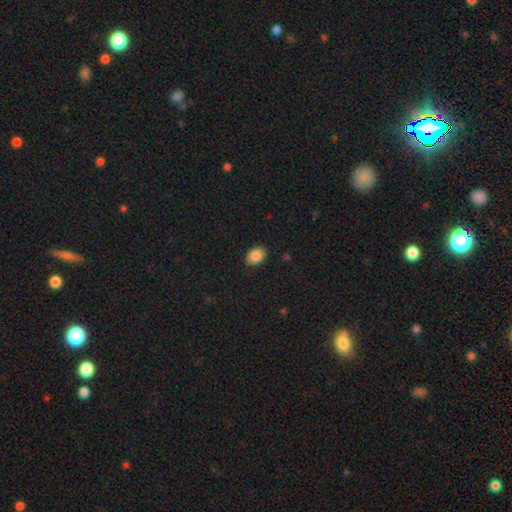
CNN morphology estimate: smooth-or-featured: smooth: 88% | star or artifact: 8% | featured or disk: 5%
  how-rounded: in between: 83% | round: 16% | cigar-shaped: 1%
  merging: none: 88% | minor disturbance: 9% | major disturbance: 2% | merger: 1%